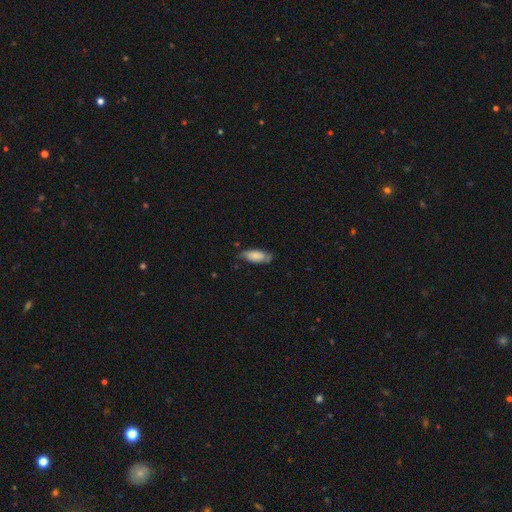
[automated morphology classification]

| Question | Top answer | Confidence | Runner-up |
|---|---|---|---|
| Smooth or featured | smooth | 65% | featured or disk (29%) |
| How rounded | in between | 82% | cigar-shaped (16%) |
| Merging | none | 66% | minor disturbance (27%) |